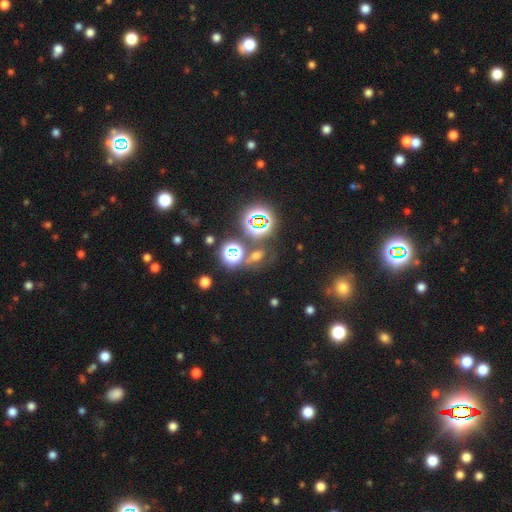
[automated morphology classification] Smooth or featured: star or artifact — 48% (smooth — 36%)